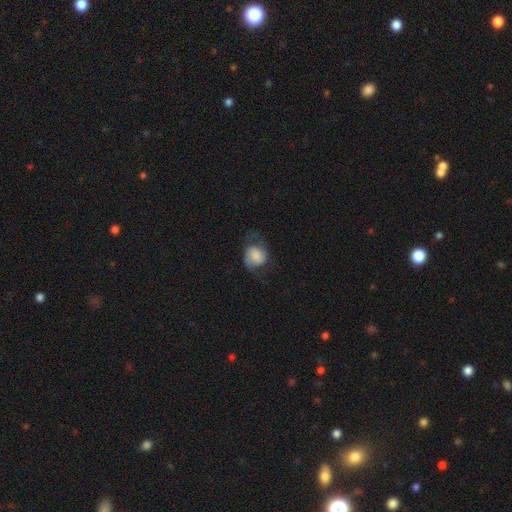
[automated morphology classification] The model was most divided on "smooth or featured": smooth: 50%, featured or disk: 41%, star or artifact: 9%. More confident: how rounded — round (60%); merging — none (54%).